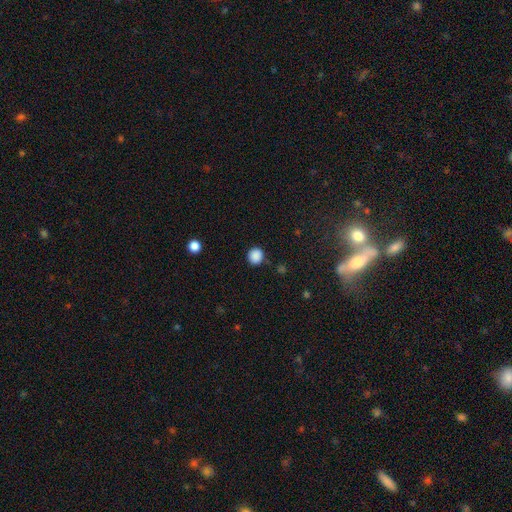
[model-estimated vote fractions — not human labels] smooth-or-featured: smooth: 88% | star or artifact: 10% | featured or disk: 2%
  how-rounded: round: 89% | in between: 10% | cigar-shaped: 1%
  merging: none: 88% | minor disturbance: 8% | major disturbance: 3% | merger: 2%